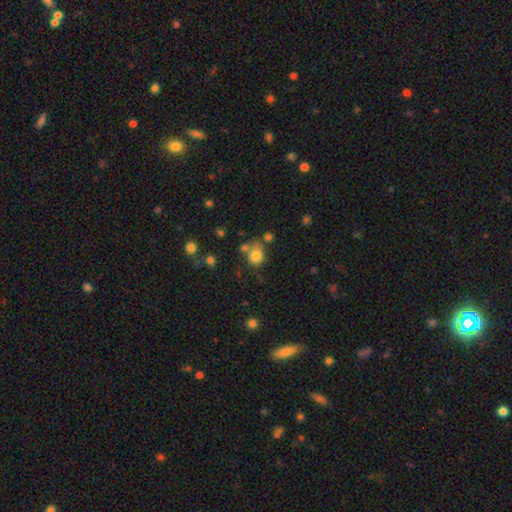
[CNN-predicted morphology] The model was most divided on "how rounded": round: 67%, in between: 32%, cigar-shaped: 1%. More confident: smooth or featured — smooth (80%); merging — none (56%).